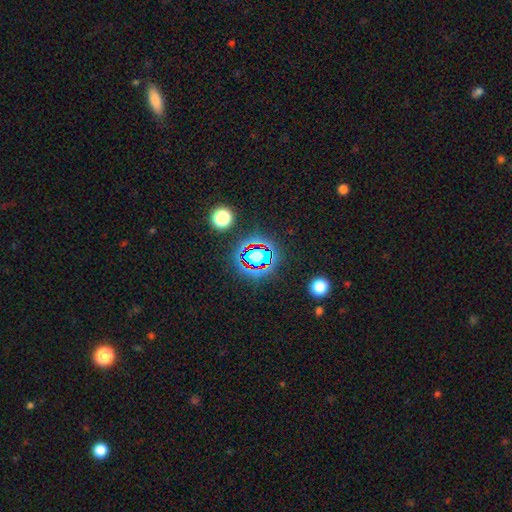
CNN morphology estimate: The model was most divided on "smooth or featured": star or artifact: 68%, smooth: 20%, featured or disk: 11%.